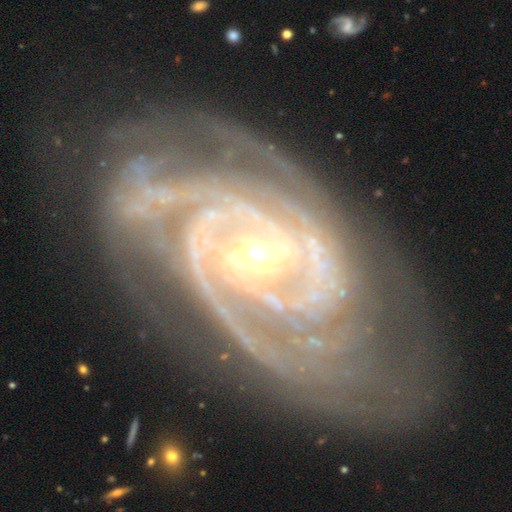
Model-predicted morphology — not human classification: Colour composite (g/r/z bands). It shows a featured or disk galaxy (92%) with no bar (47%), 2 (35%) tight (73%) spiral arms (99%) and a small central bulge (62%). Merging: none (70%).